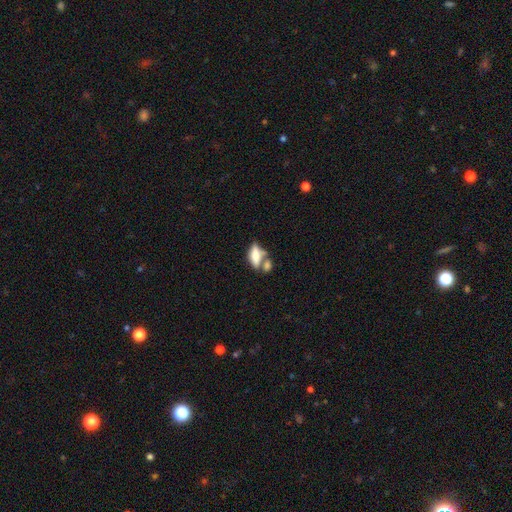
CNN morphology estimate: Smooth or featured? Predicted: smooth (p=0.70). How rounded? Predicted: in between (p=0.78). Merging? Predicted: merger (p=0.45).